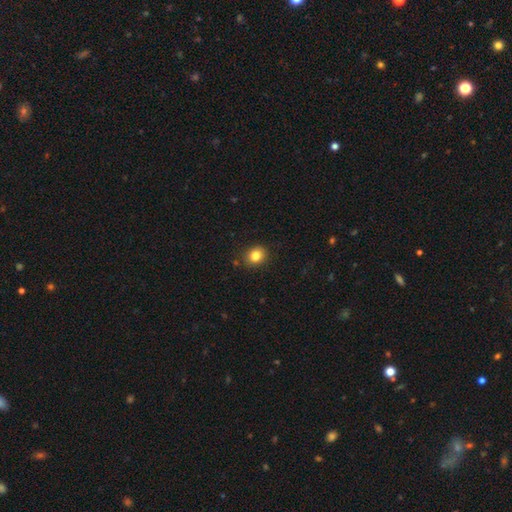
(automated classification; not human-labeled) A smooth galaxy with no disk features (84%) that is round (64%). Merging: none (88%).